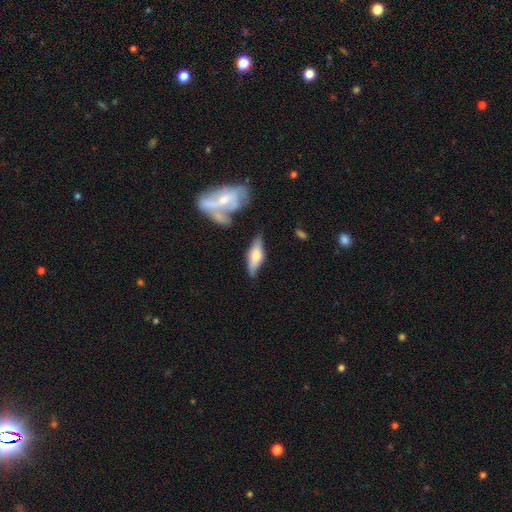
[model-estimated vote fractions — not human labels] smooth-or-featured: smooth: 52% | featured or disk: 42% | star or artifact: 6%
  how-rounded: in between: 57% | cigar-shaped: 41% | round: 3%
  merging: none: 70% | minor disturbance: 18% | merger: 7% | major disturbance: 5%